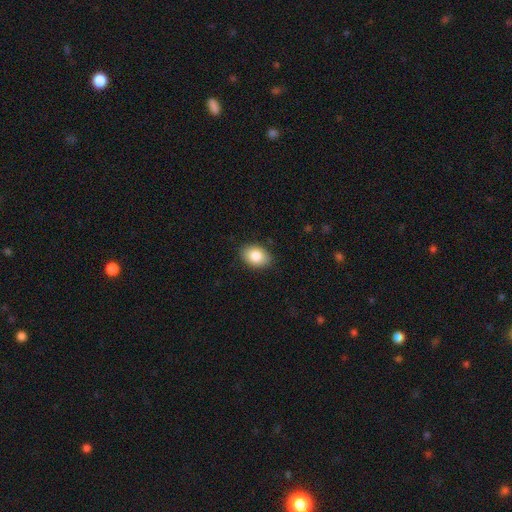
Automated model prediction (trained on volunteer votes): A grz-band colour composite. It shows a smooth galaxy with no disk features (84%) that is in between round and cigar-shaped (81%). Merging: none (87%).